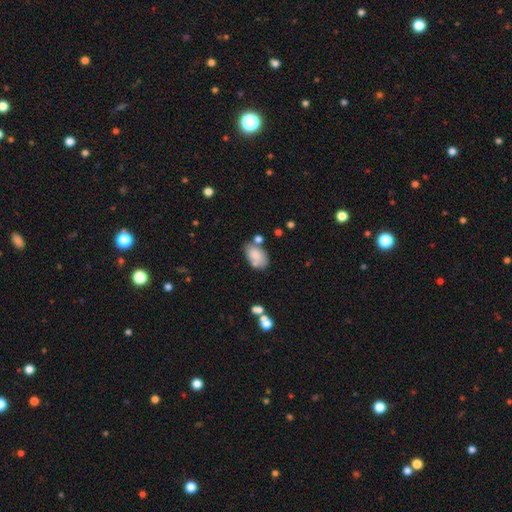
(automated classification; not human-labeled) Morphology: type=smooth (80%); roundness=in between (91%); merging=none (54%).